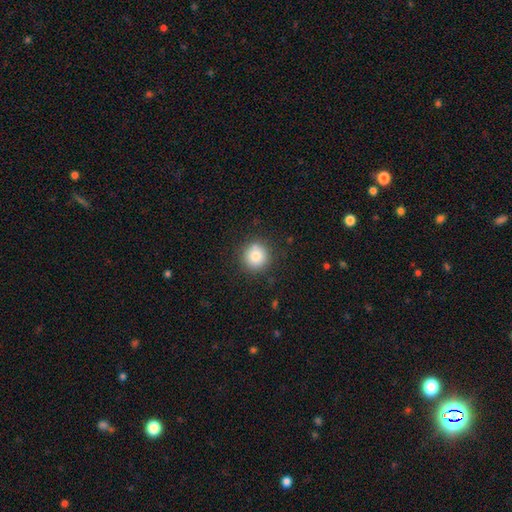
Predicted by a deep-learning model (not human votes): A smooth galaxy with no disk features (82%) that is round (93%).

Vote fractions:
- Smooth or featured? smooth: 82% / star or artifact: 10% / featured or disk: 8%
- How rounded? round: 93% / in between: 6% / cigar-shaped: 1%
- Merging? none: 86% / minor disturbance: 9% / major disturbance: 3% / merger: 2%